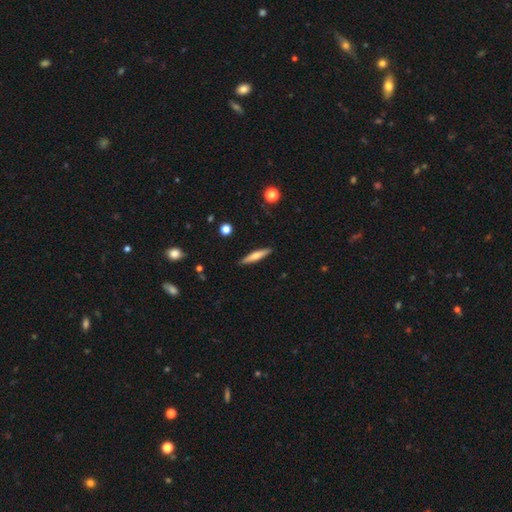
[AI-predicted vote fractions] This appears to be a smooth galaxy with no disk features (55%) that is cigar-shaped (88%). Merging: none (91%).